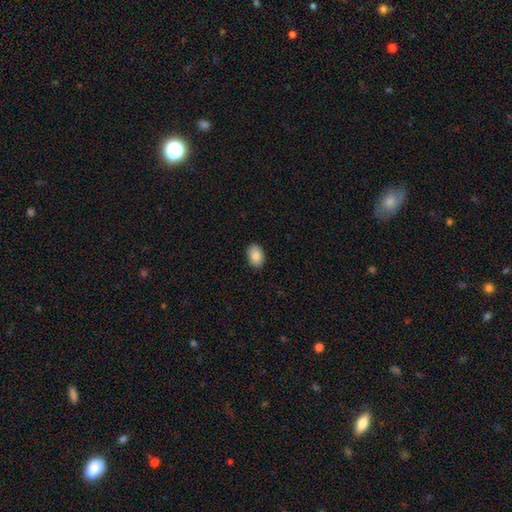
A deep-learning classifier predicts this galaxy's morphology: The model was most divided on "how rounded": in between: 85%, round: 14%, cigar-shaped: 1%. More confident: merging — none (89%); smooth or featured — smooth (86%).